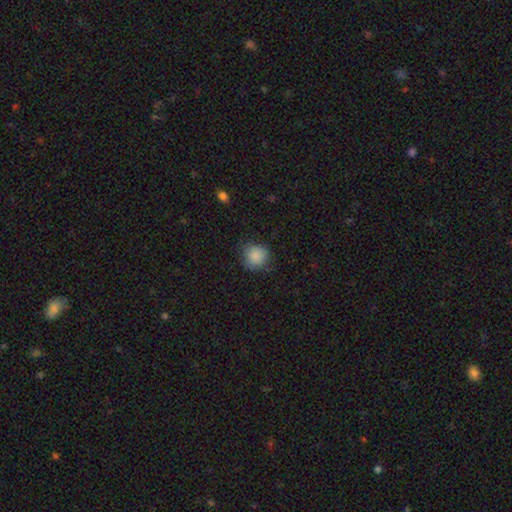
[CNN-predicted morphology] type=smooth (87%); roundness=round (88%); merging=none (76%).